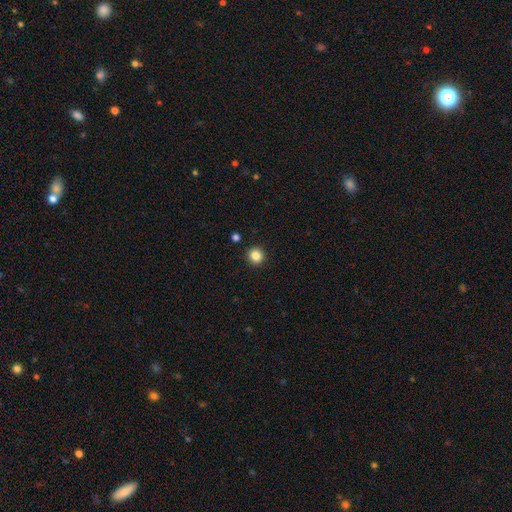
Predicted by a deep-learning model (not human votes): This appears to be a smooth galaxy with no disk features (84%) that is round (92%). Merging: none (92%).